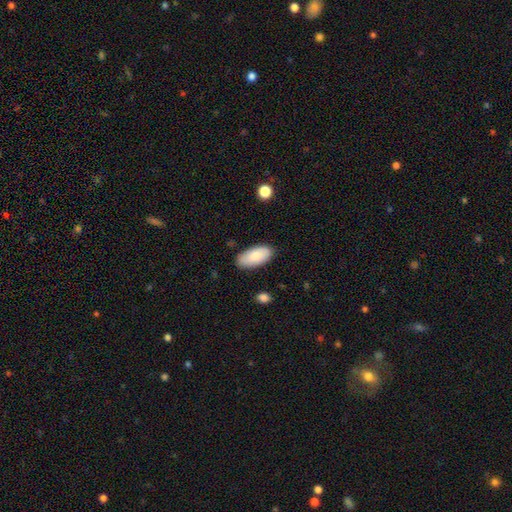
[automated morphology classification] smooth 84%, featured or disk 10%, star or artifact 6%. Down the decision tree: how rounded — in between (93%); merging — none (84%).